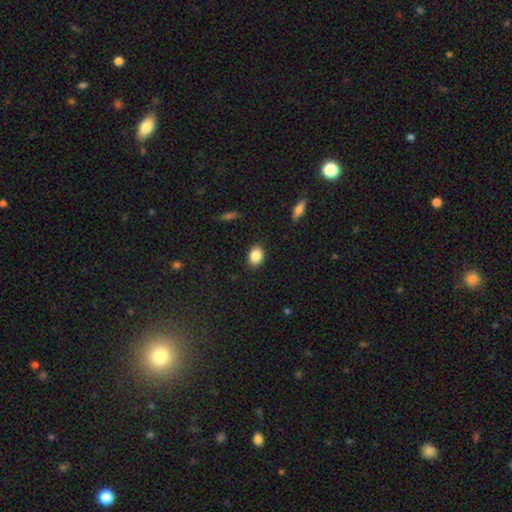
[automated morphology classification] A smooth galaxy with no disk features (87%) that is in between round and cigar-shaped (67%).

Vote fractions:
- Smooth or featured? smooth: 87% / star or artifact: 8% / featured or disk: 5%
- How rounded? in between: 67% / round: 32% / cigar-shaped: 1%
- Merging? none: 88% / minor disturbance: 9% / major disturbance: 2% / merger: 1%